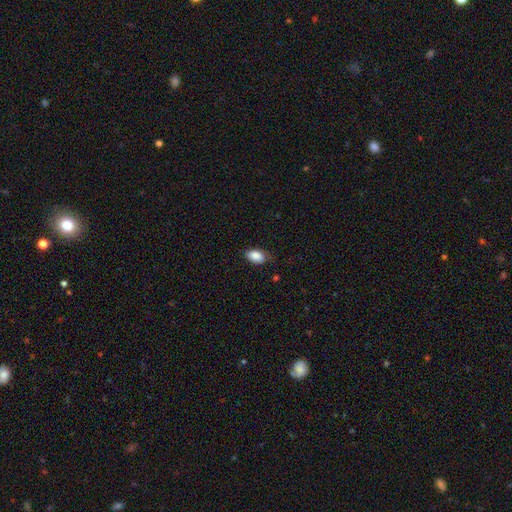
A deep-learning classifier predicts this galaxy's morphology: The model was most divided on "merging": none: 75%, minor disturbance: 20%, major disturbance: 4%, merger: 1%. More confident: how rounded — in between (92%); smooth or featured — smooth (87%).